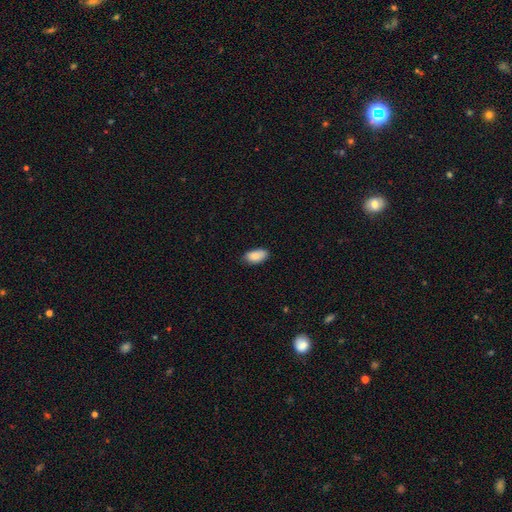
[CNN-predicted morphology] A smooth galaxy with no disk features (88%) that is in between round and cigar-shaped (93%). Merging: none (81%).